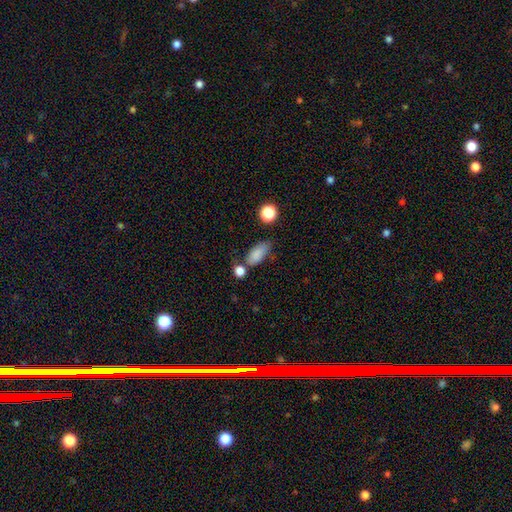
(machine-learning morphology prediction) smooth-or-featured: smooth: 84% | star or artifact: 9% | featured or disk: 7%
  how-rounded: in between: 87% | cigar-shaped: 9% | round: 5%
  merging: none: 58% | minor disturbance: 22% | merger: 13% | major disturbance: 7%